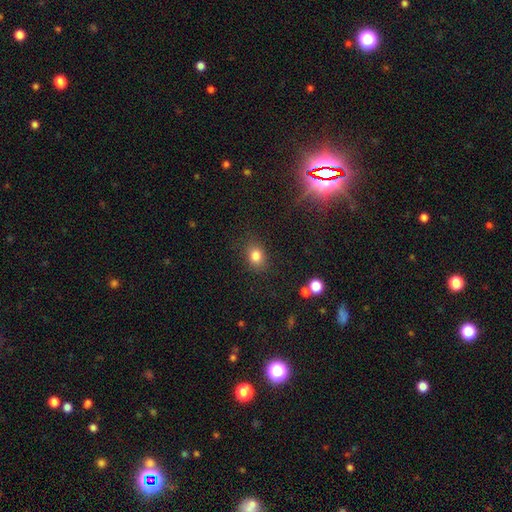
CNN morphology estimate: Overall: smooth (81%). How rounded: in between (52%; round 47%). Merging: none (81%).